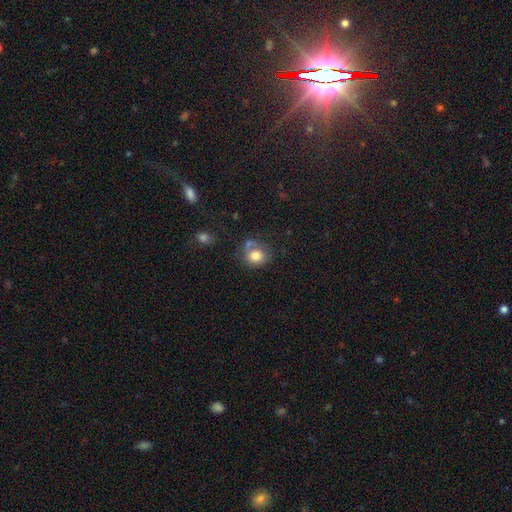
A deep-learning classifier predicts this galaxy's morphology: Smooth or featured? smooth (78%)
How rounded? round (74%)
Merging? none (51%)